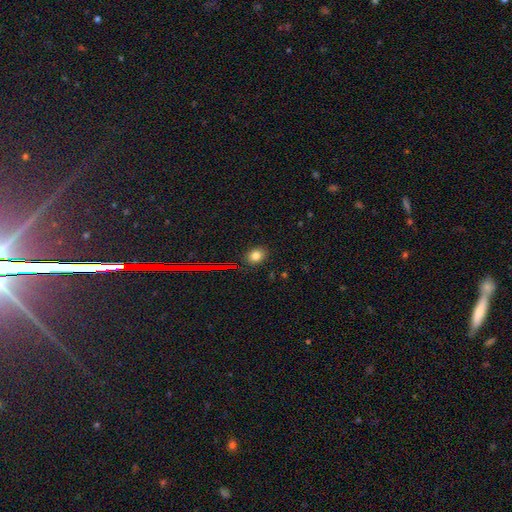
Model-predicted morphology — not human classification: Smooth or featured? smooth (78%)
How rounded? round (52%)
Merging? none (88%)